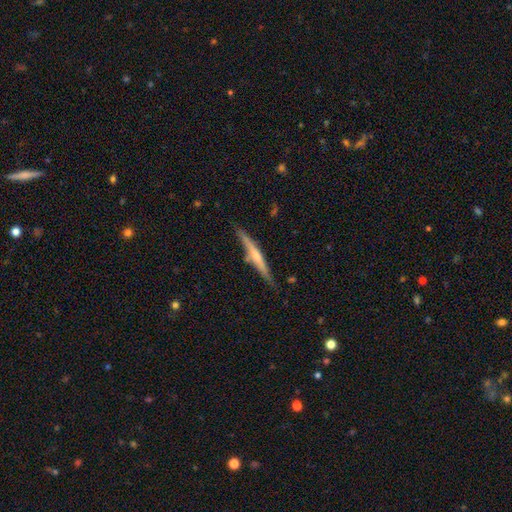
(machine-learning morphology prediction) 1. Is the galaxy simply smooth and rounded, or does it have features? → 64% featured or disk, 31% smooth, 5% star or artifact.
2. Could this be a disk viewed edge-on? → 97% yes, 3% no.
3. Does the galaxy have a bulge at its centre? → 61% rounded, 28% none, 11% boxy.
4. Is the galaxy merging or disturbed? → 81% none, 13% minor disturbance, 4% merger, 2% major disturbance.